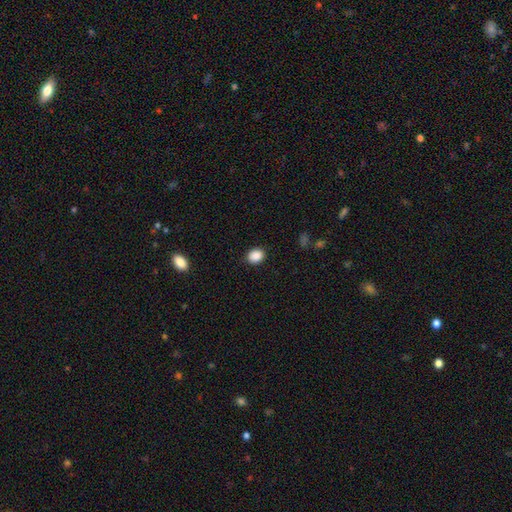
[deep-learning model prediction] Smooth or featured? Predicted: smooth (p=0.88). How rounded? Predicted: round (p=0.57). Merging? Predicted: none (p=0.88).